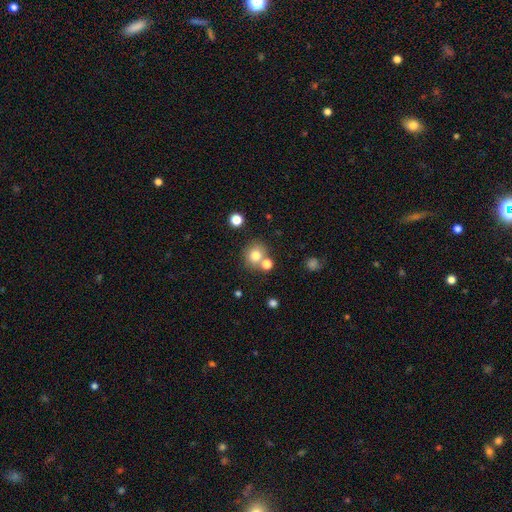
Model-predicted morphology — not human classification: smooth_or_featured: smooth (p=0.77) [alt: star or artifact p=0.13]
how_rounded: round (p=0.85) [alt: in between p=0.14]
merging: none (p=0.66) [alt: merger p=0.21]